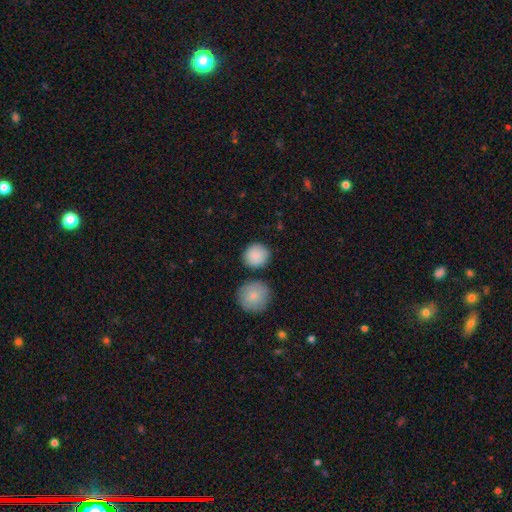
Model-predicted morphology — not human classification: smooth 88%, star or artifact 7%, featured or disk 5%. Down the decision tree: how rounded — round (90%); merging — none (79%).